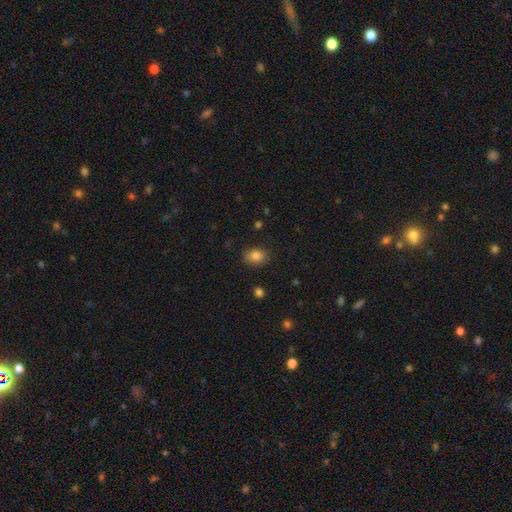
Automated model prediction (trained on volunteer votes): smooth_or_featured: smooth (p=0.84) [alt: star or artifact p=0.10]
how_rounded: in between (p=0.67) [alt: round p=0.32]
merging: none (p=0.84) [alt: minor disturbance p=0.11]